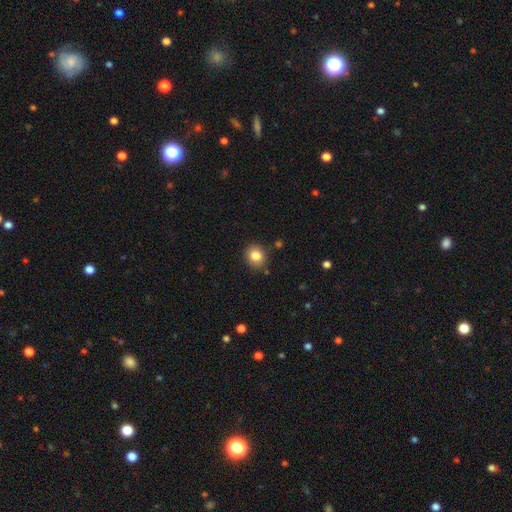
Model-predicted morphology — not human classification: Smooth or featured? Predicted: smooth (p=0.82). How rounded? Predicted: round (p=0.77). Merging? Predicted: none (p=0.86).